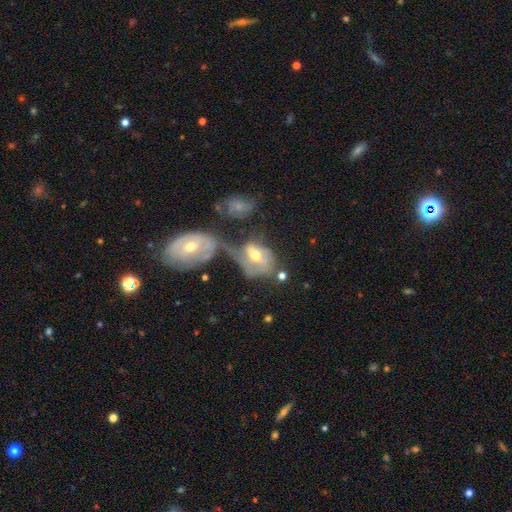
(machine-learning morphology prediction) Smooth or featured?
  - featured or disk: 56% *
  - smooth: 35%
  - star or artifact: 9%
Edge-on disk?
  - no: 93% *
  - yes: 7%
Bar?
  - no: 57% *
  - weak: 31%
  - strong: 12%
Spiral arms?
  - yes: 50% * (tied)
  - no: 50% * (tied)
Bulge size?
  - moderate: 69% *
  - small: 22%
  - large: 6%
  - none: 2%
  - dominant: 1%
Merging?
  - merger: 54% *
  - major disturbance: 22%
  - none: 14%
  - minor disturbance: 11%